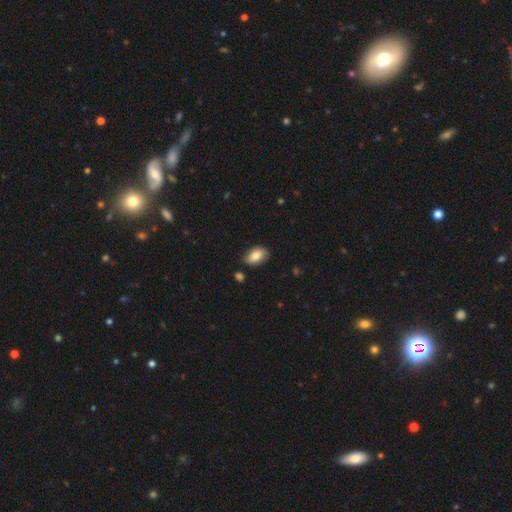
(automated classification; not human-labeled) smooth_or_featured: smooth (p=0.80) [alt: featured or disk p=0.13]
how_rounded: in between (p=0.93) [alt: round p=0.05]
merging: none (p=0.82) [alt: minor disturbance p=0.14]